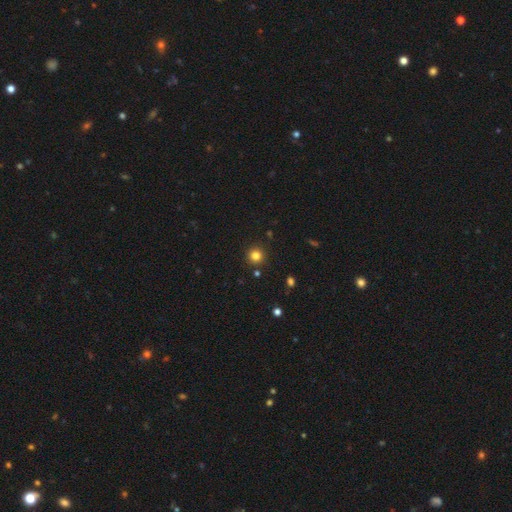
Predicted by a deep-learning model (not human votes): A smooth galaxy with no disk features (81%) that is round (95%). Merging: none (90%).